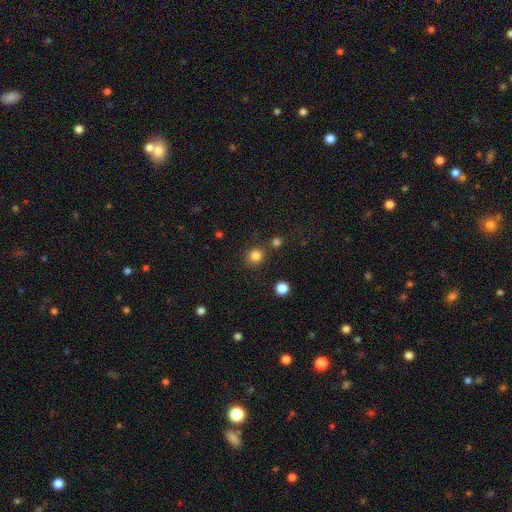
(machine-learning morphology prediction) A smooth galaxy with no disk features (82%) that is round (91%). Merging: none (82%).